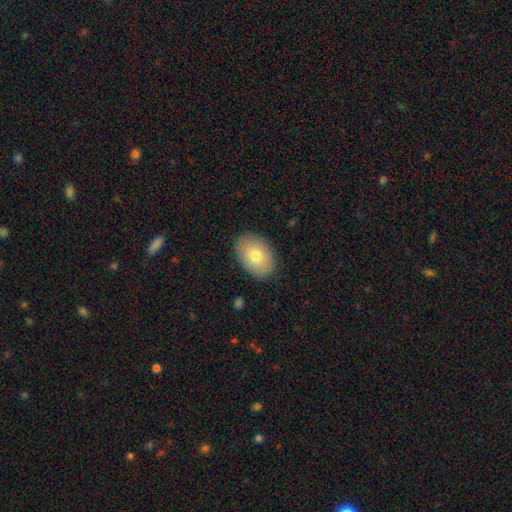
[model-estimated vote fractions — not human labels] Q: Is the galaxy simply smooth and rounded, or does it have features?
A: smooth — 76%.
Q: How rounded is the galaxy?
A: in between — 84%.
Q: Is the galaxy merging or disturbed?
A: none — 87%.